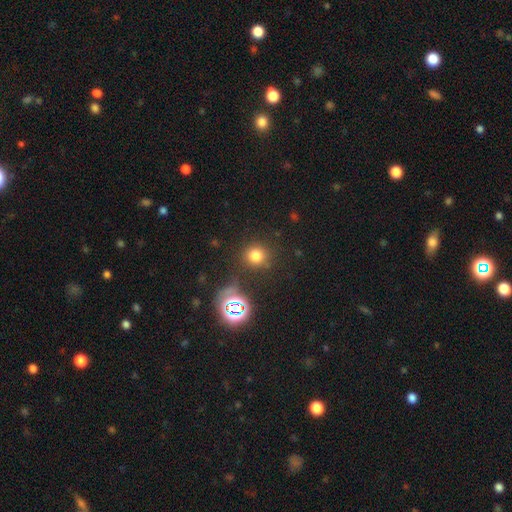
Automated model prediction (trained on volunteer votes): This appears to be a smooth galaxy with no disk features (72%) that is round (88%). Merging: none (83%).